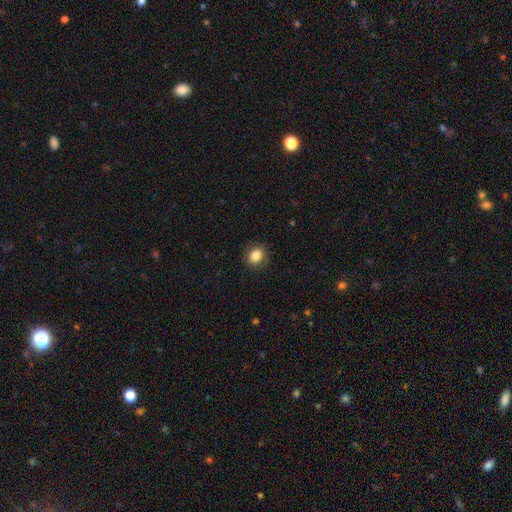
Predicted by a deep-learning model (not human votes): Smooth or featured? Predicted: smooth (p=0.85). How rounded? Predicted: round (p=0.62). Merging? Predicted: none (p=0.87).